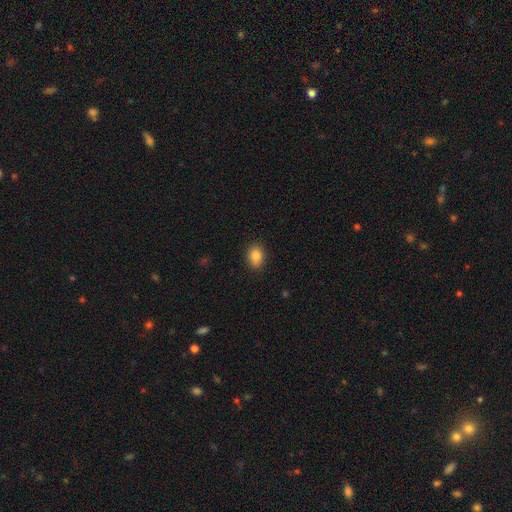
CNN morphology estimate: smooth-or-featured: smooth: 85% | star or artifact: 9% | featured or disk: 6%
  how-rounded: in between: 64% | round: 35% | cigar-shaped: 1%
  merging: none: 86% | minor disturbance: 11% | major disturbance: 2% | merger: 1%